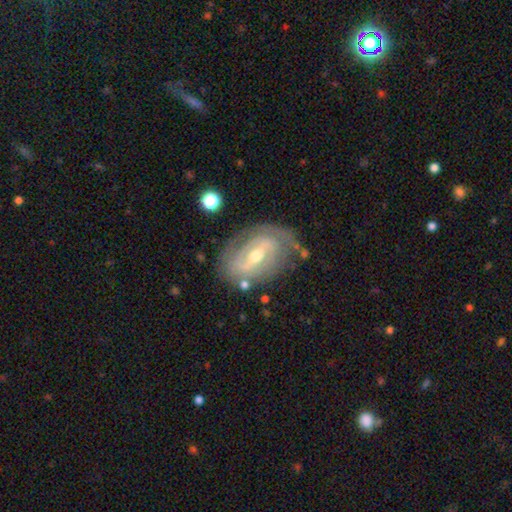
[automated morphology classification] smooth-or-featured: featured or disk: 80% | smooth: 14% | star or artifact: 6%
  disk-edge-on: no: 94% | yes: 6%
    bar: weak: 41% (tied) | strong: 41% (tied) | no: 18%
    has-spiral-arms: yes: 78% | no: 22%
      spiral-winding: tight: 58% | medium: 31% | loose: 12%
      spiral-arm-count: 2: 57% | can't tell: 27% | 1: 7% | 3: 6% | 4: 2% | more than 4: 2%
    bulge-size: moderate: 58% | small: 38% | large: 2% | none: 1% | dominant: 1%
  merging: none: 68% | minor disturbance: 21% | major disturbance: 8% | merger: 3%